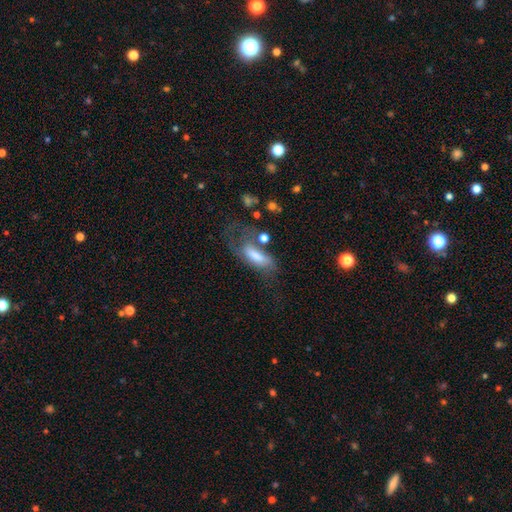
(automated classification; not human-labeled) Overall: smooth (62%; featured or disk 30%). How rounded: in between (70%). Merging: major disturbance (41%; none 28%).